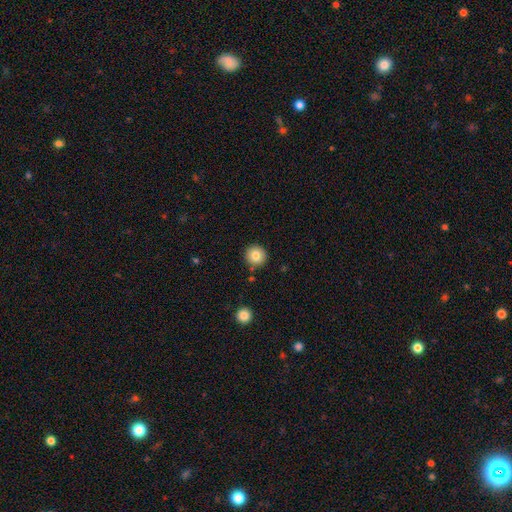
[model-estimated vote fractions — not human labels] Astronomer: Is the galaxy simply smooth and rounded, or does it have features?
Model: smooth — 82%.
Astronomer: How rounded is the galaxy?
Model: round — 95%.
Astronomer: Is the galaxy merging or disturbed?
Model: none — 89%.